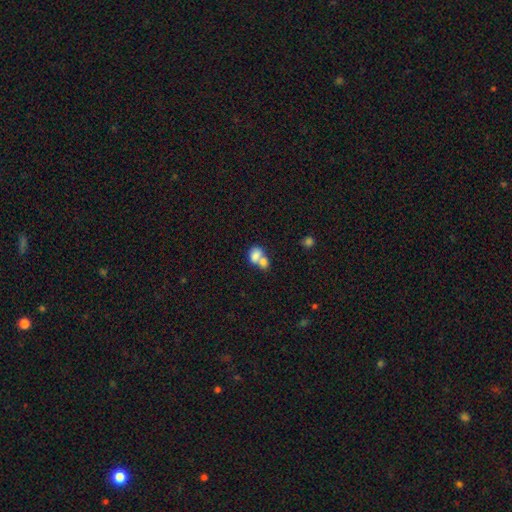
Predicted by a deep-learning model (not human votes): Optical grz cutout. It shows a smooth galaxy with no disk features (76%) that is in between round and cigar-shaped (69%). Merging: merger (70%).